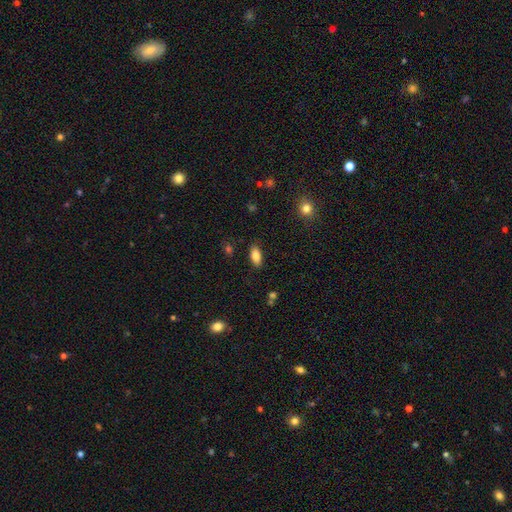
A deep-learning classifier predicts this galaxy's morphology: This is clearly a smooth galaxy (83%). How rounded: clearly in between (88%). Merging: clearly none (87%).